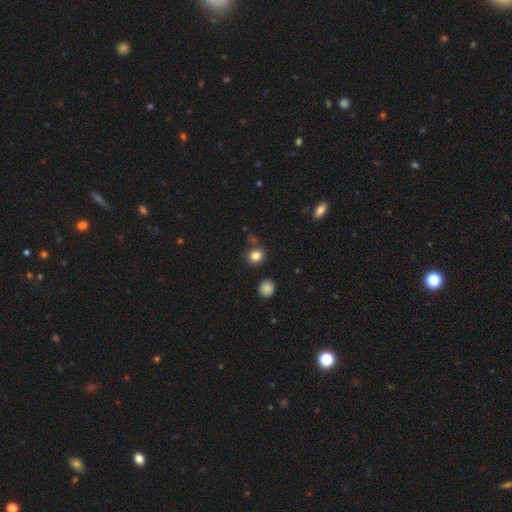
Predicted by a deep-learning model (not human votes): smooth 83%, star or artifact 12%, featured or disk 5%. Down the decision tree: how rounded — round (81%); merging — none (81%).